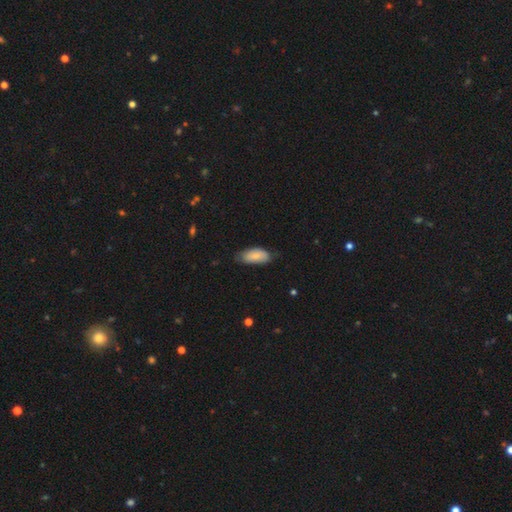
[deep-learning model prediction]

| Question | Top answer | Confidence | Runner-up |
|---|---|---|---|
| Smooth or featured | smooth | 81% | featured or disk (13%) |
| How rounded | in between | 89% | cigar-shaped (9%) |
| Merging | none | 59% | minor disturbance (34%) |